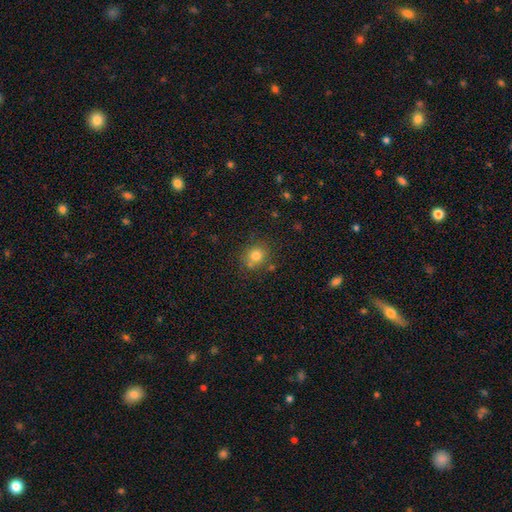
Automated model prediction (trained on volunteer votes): Smooth or featured? Predicted: smooth (p=0.78). How rounded? Predicted: round (p=0.80). Merging? Predicted: none (p=0.75).